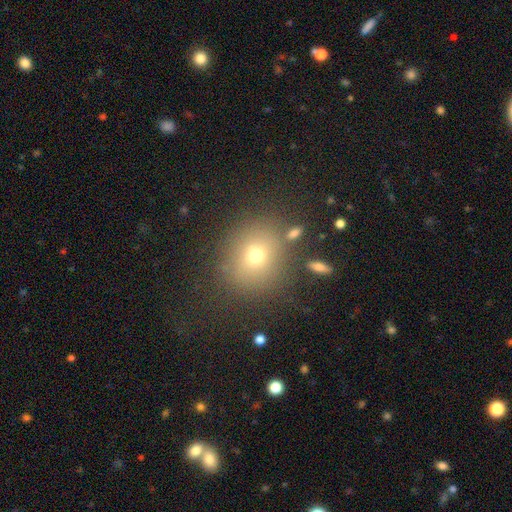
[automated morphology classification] Smooth or featured: smooth — 66% (star or artifact — 21%)
How rounded: round — 77% (in between — 22%)
Merging: none — 79% (minor disturbance — 11%)